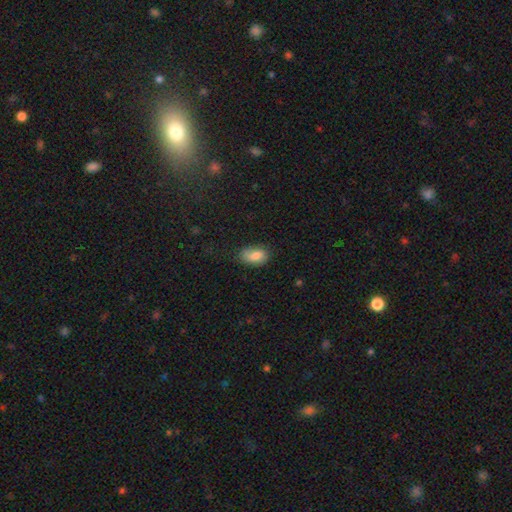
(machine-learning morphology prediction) Smooth or featured? smooth (76%)
How rounded? in between (89%)
Merging? none (69%)